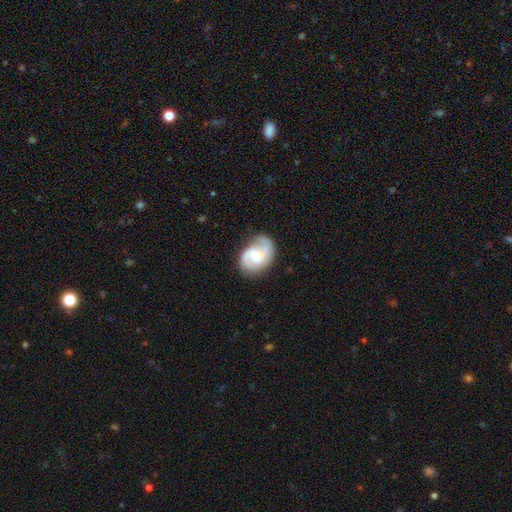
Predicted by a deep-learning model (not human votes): Morphology: type=featured or disk (81%); edge-on=no (98%); bar=weak (46%, tied with no); spiral arms=yes (97%); winding=medium (53%); arm count=2 (87%); bulge=moderate (38%); merging=none (73%).